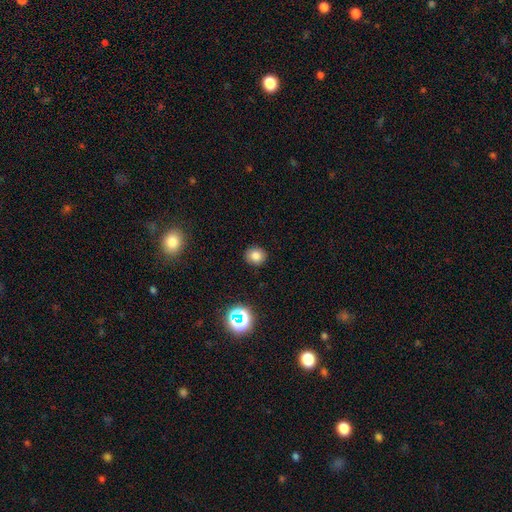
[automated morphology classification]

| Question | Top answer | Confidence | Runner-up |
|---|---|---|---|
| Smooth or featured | smooth | 78% | star or artifact (15%) |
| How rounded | round | 81% | in between (18%) |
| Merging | none | 89% | minor disturbance (7%) |